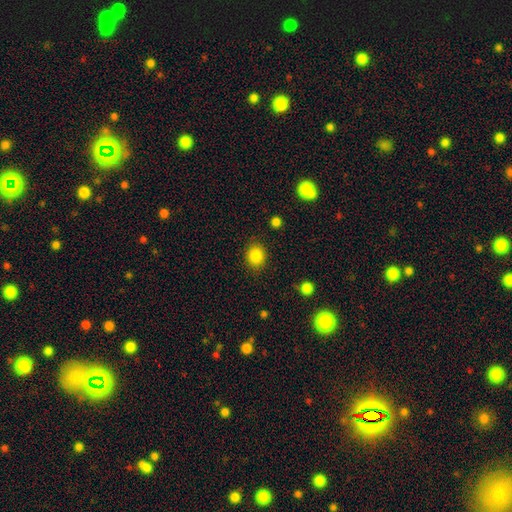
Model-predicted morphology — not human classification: type=smooth (86%); roundness=round (69%); merging=none (86%).